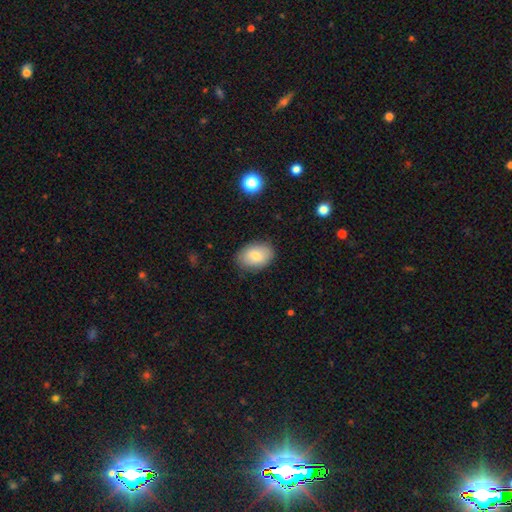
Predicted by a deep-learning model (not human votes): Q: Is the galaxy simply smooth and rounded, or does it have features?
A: smooth — 80%.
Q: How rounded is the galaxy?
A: in between — 84%.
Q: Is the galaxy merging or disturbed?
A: none — 85%.